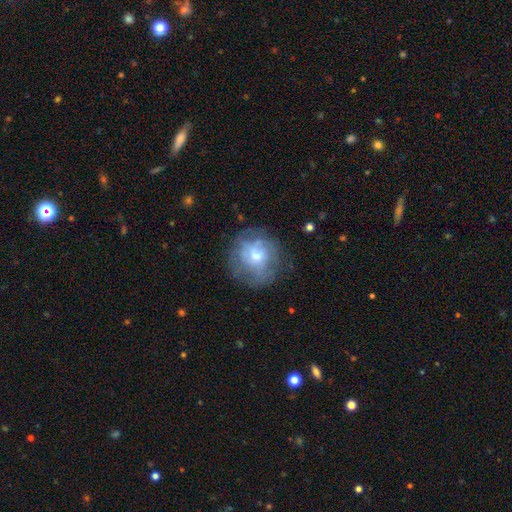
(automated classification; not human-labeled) Smooth or featured: smooth — 46% (featured or disk — 44%)
Merging: none — 67% (minor disturbance — 20%)